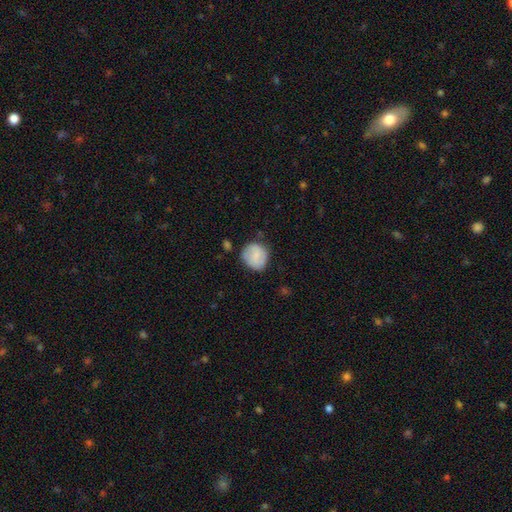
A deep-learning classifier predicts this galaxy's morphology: Smooth or featured?
  - smooth: 75% *
  - featured or disk: 18%
  - star or artifact: 7%
How rounded?
  - round: 80% *
  - in between: 19%
  - cigar-shaped: 1%
Merging?
  - none: 69% *
  - minor disturbance: 22%
  - major disturbance: 6%
  - merger: 3%